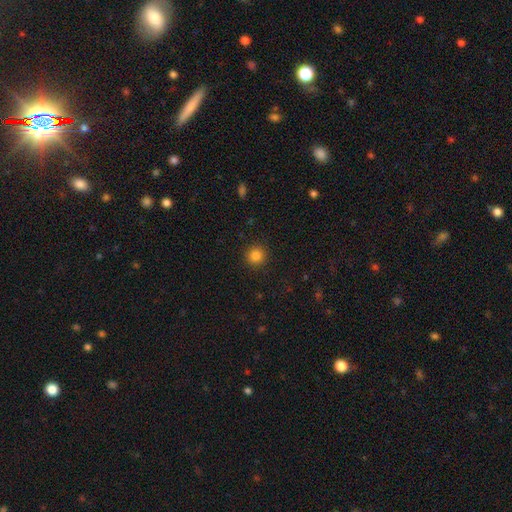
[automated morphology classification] Smooth or featured: smooth — 84% (star or artifact — 12%)
How rounded: round — 95% (in between — 4%)
Merging: none — 92% (minor disturbance — 5%)